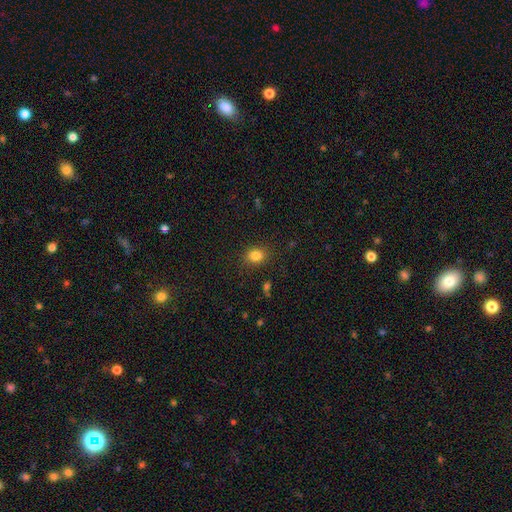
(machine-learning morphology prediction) type=smooth (82%); roundness=in between (54%); merging=none (86%).